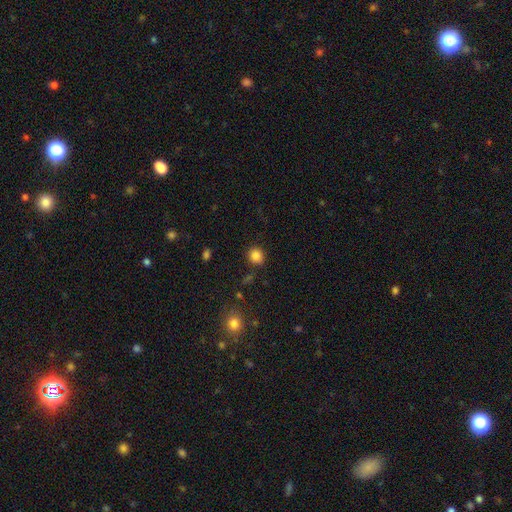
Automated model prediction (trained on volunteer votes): smooth_or_featured: smooth (p=0.85) [alt: star or artifact p=0.11]
how_rounded: round (p=0.77) [alt: in between p=0.22]
merging: none (p=0.83) [alt: minor disturbance p=0.11]